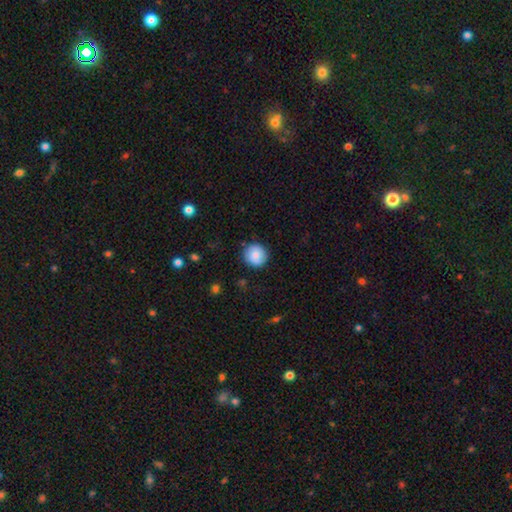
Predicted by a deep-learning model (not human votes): A smooth galaxy with no disk features (84%) that is round (93%).

Vote fractions:
- Smooth or featured? smooth: 84% / featured or disk: 9% / star or artifact: 7%
- How rounded? round: 93% / in between: 6% / cigar-shaped: 1%
- Merging? none: 88% / minor disturbance: 9% / major disturbance: 2% / merger: 1%